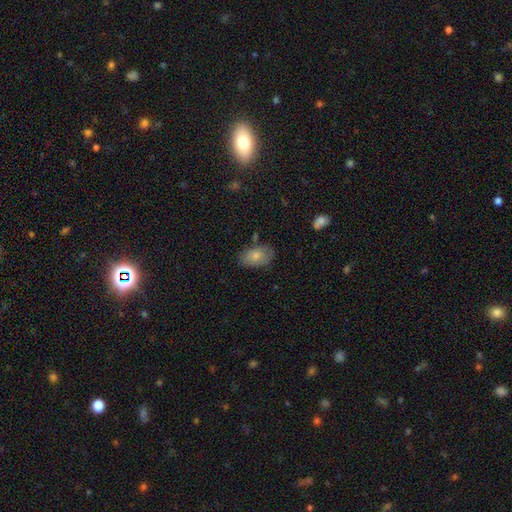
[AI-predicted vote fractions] Smooth or featured? smooth (78%)
How rounded? in between (91%)
Merging? none (72%)